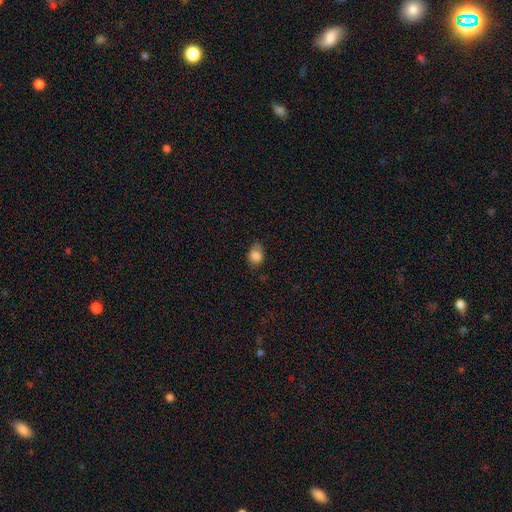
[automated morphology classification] Smooth or featured? smooth (85%)
How rounded? in between (62%)
Merging? none (65%)